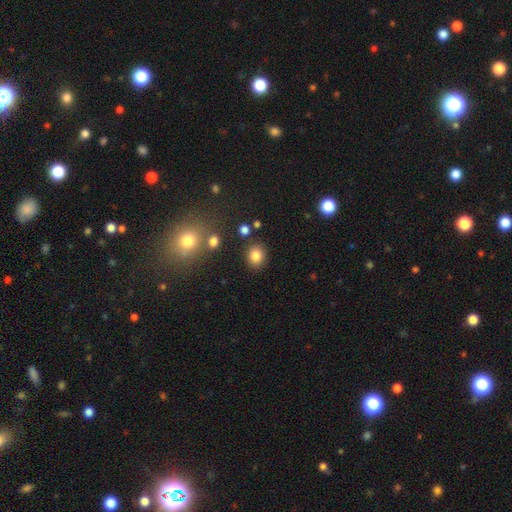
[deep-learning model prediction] Smooth or featured? Predicted: smooth (p=0.83). How rounded? Predicted: round (p=0.67). Merging? Predicted: none (p=0.84).